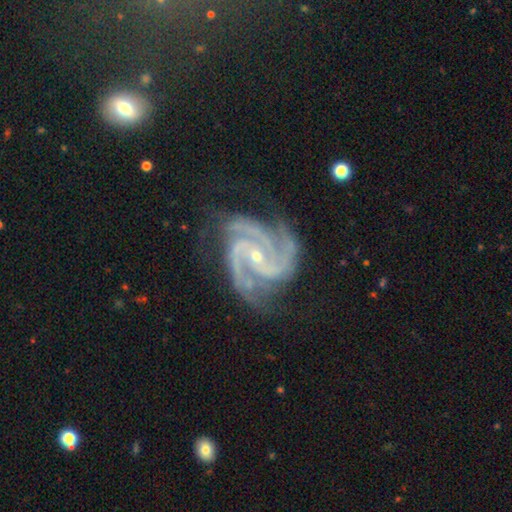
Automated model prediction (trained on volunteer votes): Morphology: type=featured or disk (94%); edge-on=no (98%); bar=no (47%); spiral arms=yes (99%); winding=tight (50%); arm count=3 (60%); bulge=small (74%); merging=none (71%).